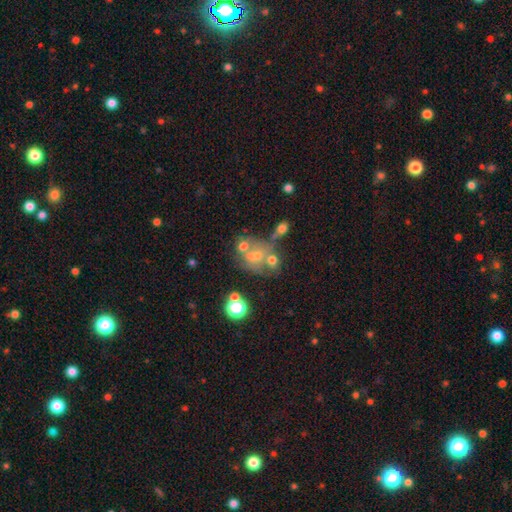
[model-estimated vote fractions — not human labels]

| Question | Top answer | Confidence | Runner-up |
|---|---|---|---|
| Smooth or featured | smooth | 40% | featured or disk (33%) |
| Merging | none | 40% | merger (32%) |